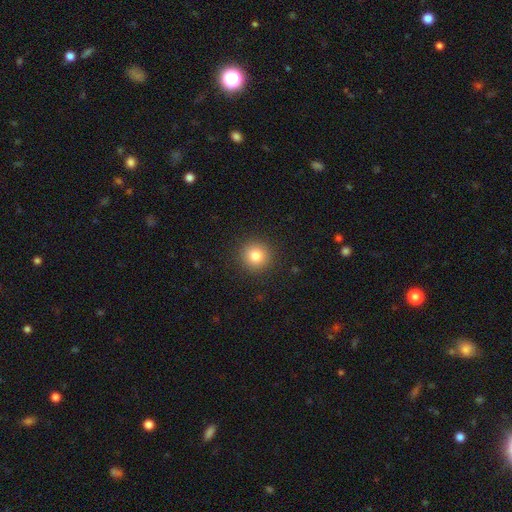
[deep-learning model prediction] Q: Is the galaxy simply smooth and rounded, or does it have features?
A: smooth — 82%.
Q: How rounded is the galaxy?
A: round — 94%.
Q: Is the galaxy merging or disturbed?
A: none — 92%.